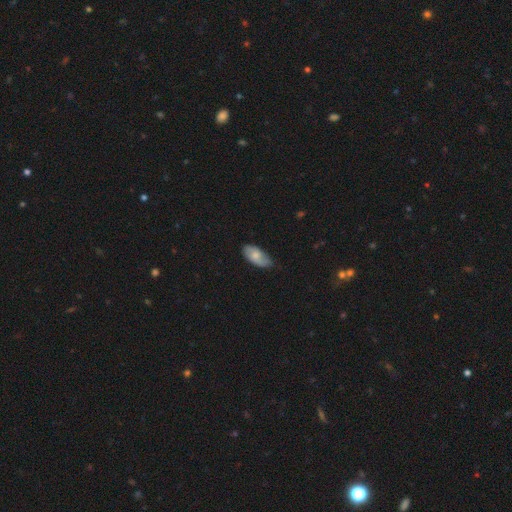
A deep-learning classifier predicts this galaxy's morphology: A smooth galaxy with no disk features (60%) that is in between round and cigar-shaped (92%). Merging: none (71%).